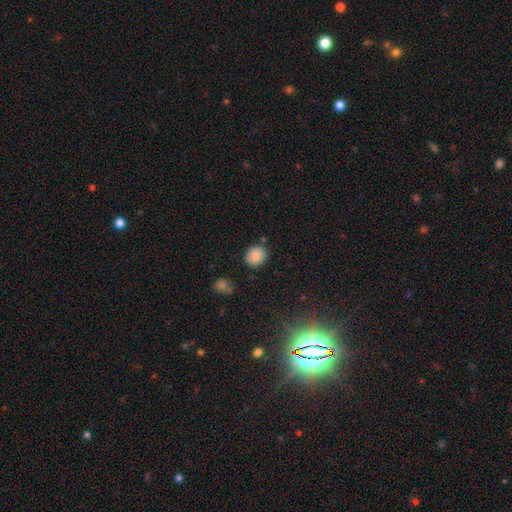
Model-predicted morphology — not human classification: Smooth or featured? smooth (83%)
How rounded? round (70%)
Merging? none (81%)